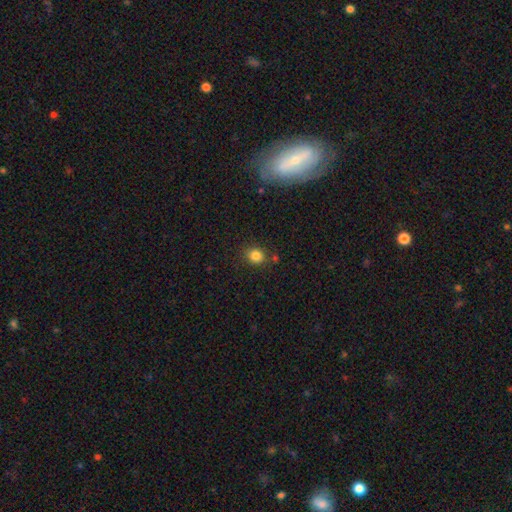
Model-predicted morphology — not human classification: This appears to be a smooth galaxy with no disk features (83%) that is round (75%). Merging: none (81%).